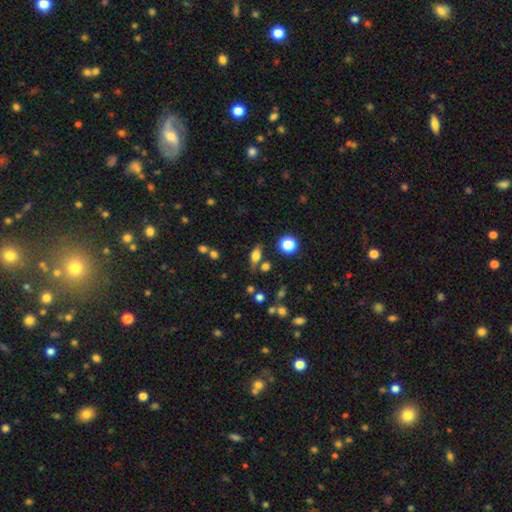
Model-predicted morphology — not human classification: A smooth galaxy with no disk features (62%) that is in between round and cigar-shaped (69%).

Vote fractions:
- Smooth or featured? smooth: 62% / featured or disk: 25% / star or artifact: 13%
- How rounded? in between: 69% / cigar-shaped: 19% / round: 13%
- Merging? none: 70% / minor disturbance: 16% / merger: 9% / major disturbance: 6%